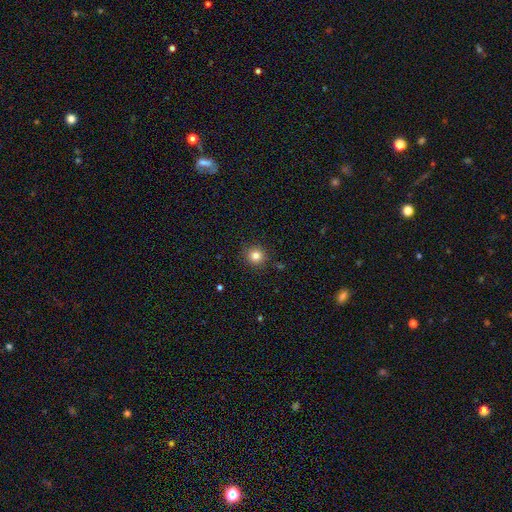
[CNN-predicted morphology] Smooth or featured? smooth (82%)
How rounded? round (92%)
Merging? none (90%)